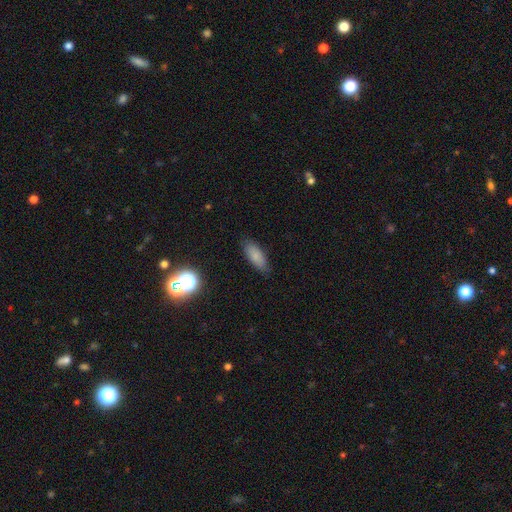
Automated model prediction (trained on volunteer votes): Smooth or featured? smooth (82%)
How rounded? in between (74%)
Merging? none (84%)